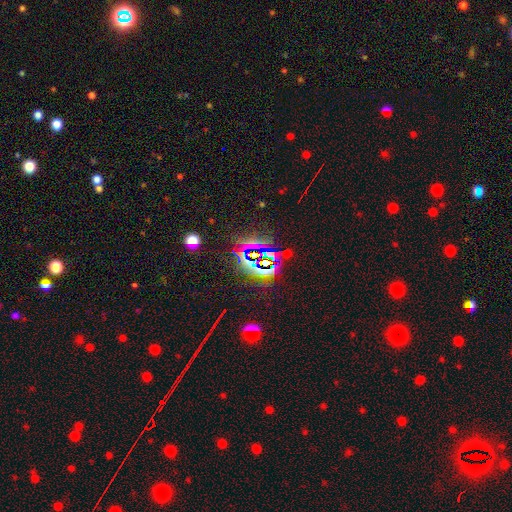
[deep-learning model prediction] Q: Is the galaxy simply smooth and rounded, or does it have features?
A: star or artifact — 80%.